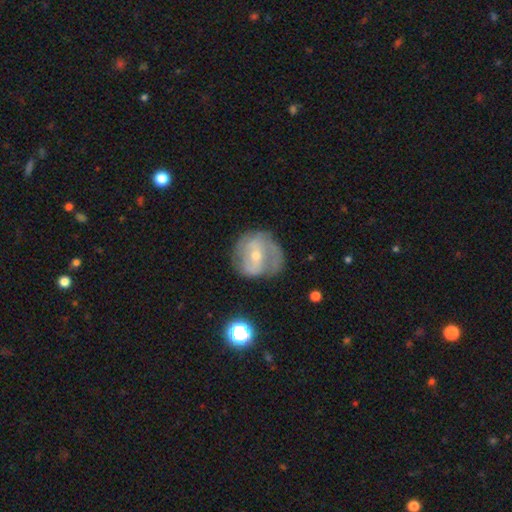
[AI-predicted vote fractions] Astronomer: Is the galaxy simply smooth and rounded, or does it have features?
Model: featured or disk — 69%.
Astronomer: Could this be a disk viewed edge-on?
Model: no — 96%.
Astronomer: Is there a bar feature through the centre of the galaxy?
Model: weak — 42% (runner-up: no, 32%).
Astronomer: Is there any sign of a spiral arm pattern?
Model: yes — 77%.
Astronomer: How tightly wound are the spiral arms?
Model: tight — 43% (runner-up: medium, 40%).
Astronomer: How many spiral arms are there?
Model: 2 — 52% (runner-up: can't tell, 29%).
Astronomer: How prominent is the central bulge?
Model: small — 56% (runner-up: moderate, 40%).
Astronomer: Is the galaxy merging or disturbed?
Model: none — 63%.